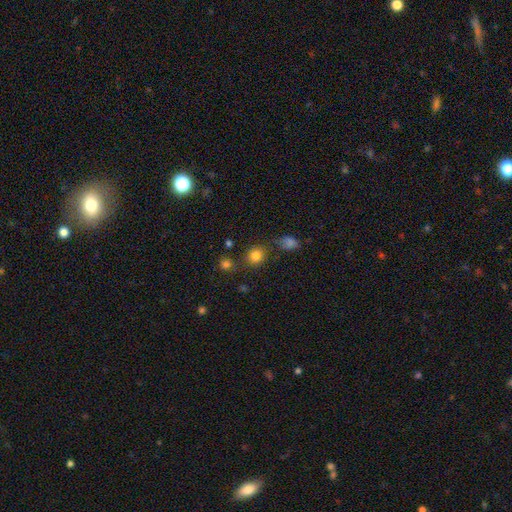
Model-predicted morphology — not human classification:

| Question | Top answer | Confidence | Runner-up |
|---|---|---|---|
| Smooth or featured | smooth | 81% | star or artifact (13%) |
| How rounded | round | 81% | in between (18%) |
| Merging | none | 75% | minor disturbance (12%) |